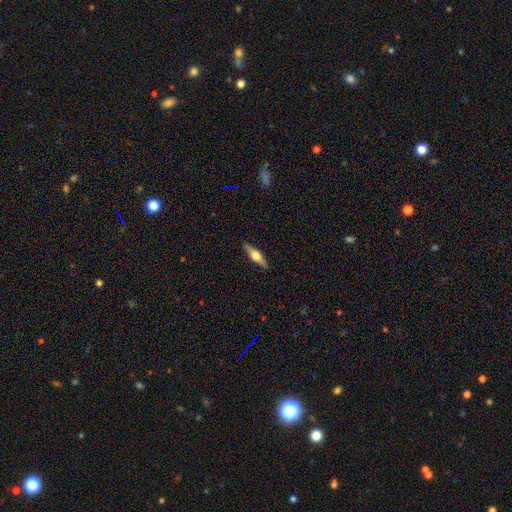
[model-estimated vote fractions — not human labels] Smooth or featured? Predicted: featured or disk (p=0.66). Edge-on disk? Predicted: yes (p=0.96). Edge-on bulge? Predicted: rounded (p=0.93). Merging? Predicted: none (p=0.89).